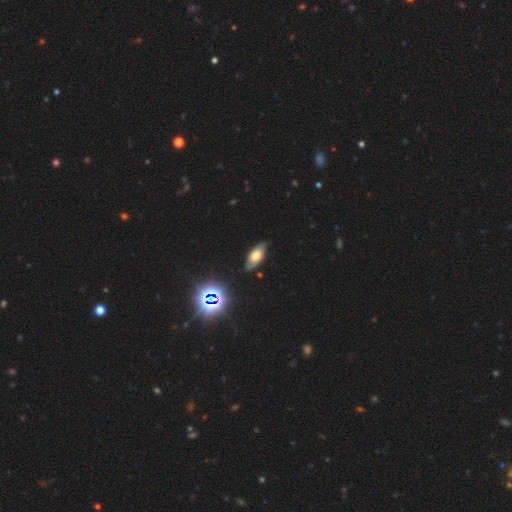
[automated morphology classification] This appears to be a smooth galaxy with no disk features (61%) that is in between round and cigar-shaped (87%). Merging: none (82%).